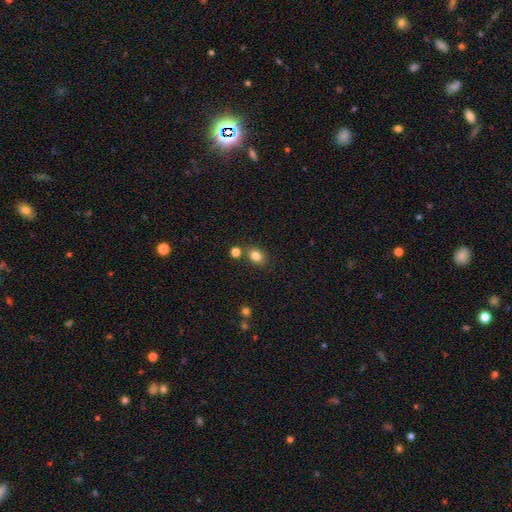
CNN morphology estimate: Smooth or featured? smooth (82%)
How rounded? in between (62%)
Merging? none (73%)